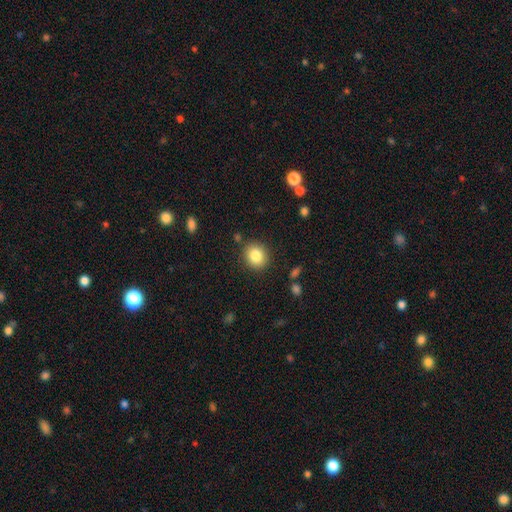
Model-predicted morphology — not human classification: Smooth or featured: smooth — 84% (star or artifact — 9%)
How rounded: round — 77% (in between — 22%)
Merging: none — 87% (minor disturbance — 8%)